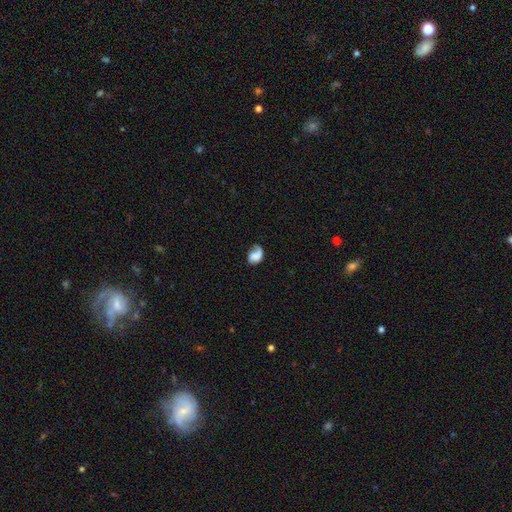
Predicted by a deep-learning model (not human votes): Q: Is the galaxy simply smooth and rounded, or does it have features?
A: smooth — 48%.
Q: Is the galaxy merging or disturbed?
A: none — 37%.